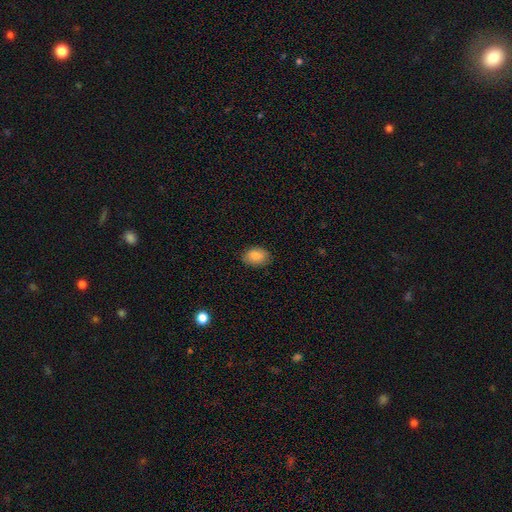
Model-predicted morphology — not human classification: This appears to be a smooth galaxy with no disk features (85%) that is in between round and cigar-shaped (77%). Merging: none (85%).